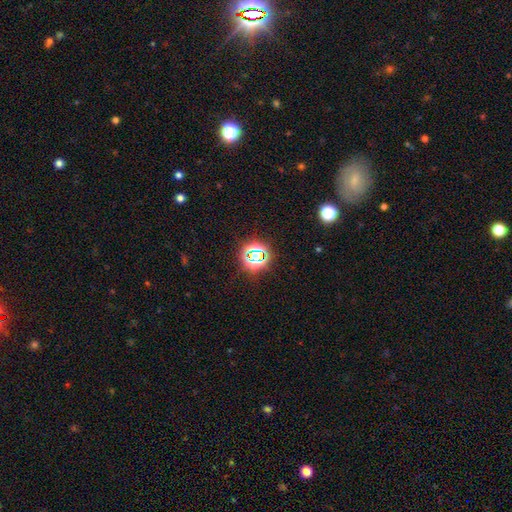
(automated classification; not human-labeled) This is likely a star or artifact rather than a galaxy (66%).